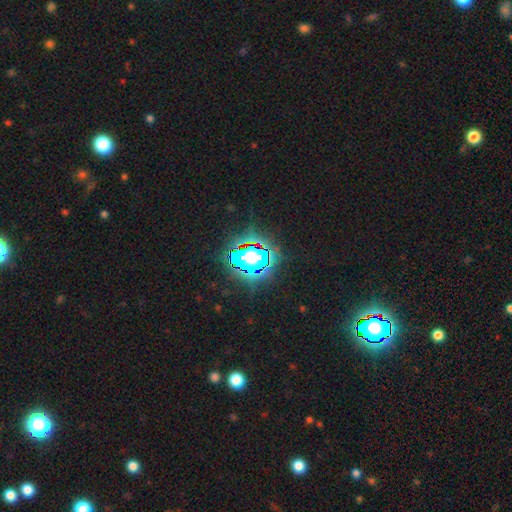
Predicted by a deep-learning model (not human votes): Smooth or featured: star or artifact — 75% (smooth — 15%)